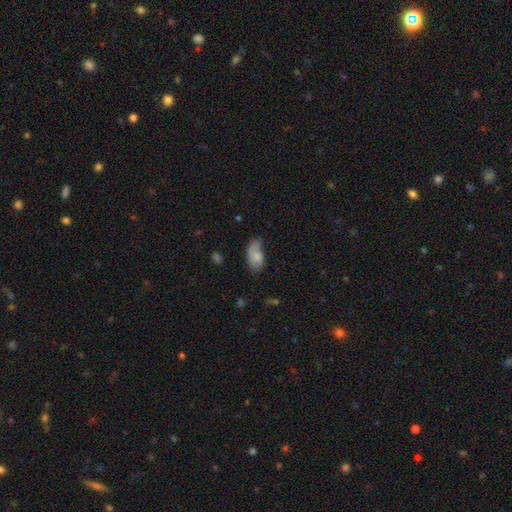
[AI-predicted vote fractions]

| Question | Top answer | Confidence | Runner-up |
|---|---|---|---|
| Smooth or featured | smooth | 75% | featured or disk (17%) |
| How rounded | in between | 92% | round (4%) |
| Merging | none | 45% | minor disturbance (36%) |